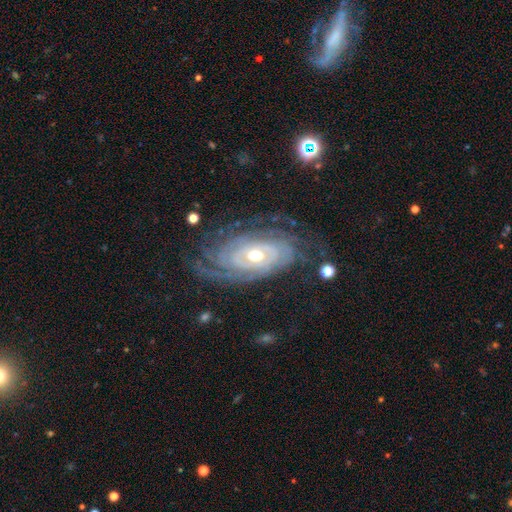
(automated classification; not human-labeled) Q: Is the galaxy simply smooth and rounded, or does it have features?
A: featured or disk — 88%.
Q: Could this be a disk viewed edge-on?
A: no — 94%.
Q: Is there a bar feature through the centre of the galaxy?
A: no — 67%.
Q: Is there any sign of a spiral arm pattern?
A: yes — 95%.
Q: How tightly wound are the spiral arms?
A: tight — 77%.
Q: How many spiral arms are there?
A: can't tell — 37%.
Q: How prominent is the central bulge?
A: moderate — 70%.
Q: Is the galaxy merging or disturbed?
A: none — 72%.